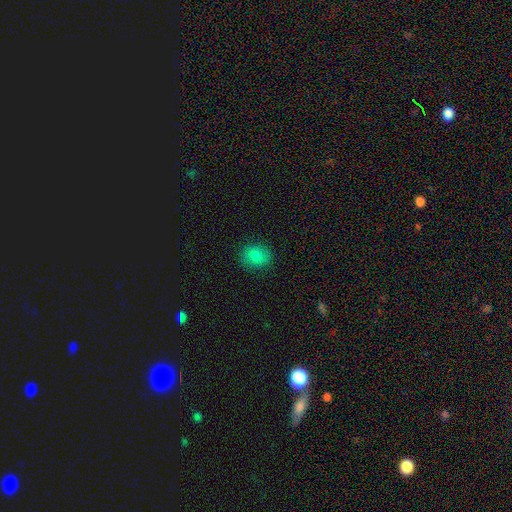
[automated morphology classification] This appears to be a smooth galaxy with no disk features (82%) that is round (63%). Merging: none (85%).